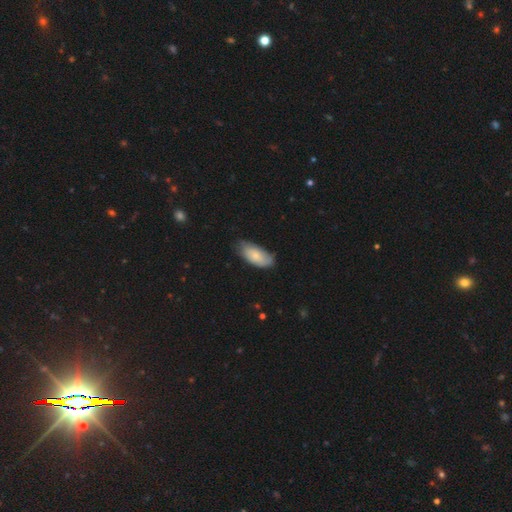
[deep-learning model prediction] Q: Smooth or featured?
A: smooth (74%); runner-up: featured or disk (20%)
Q: How rounded?
A: in between (91%); runner-up: cigar-shaped (7%)
Q: Merging?
A: none (63%); runner-up: minor disturbance (30%)